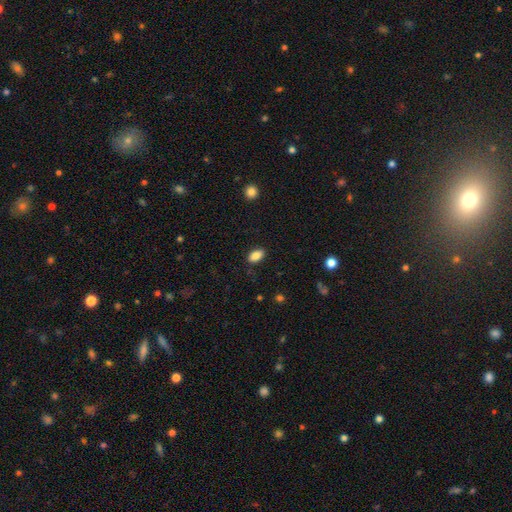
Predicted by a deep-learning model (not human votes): A smooth galaxy with no disk features (87%) that is in between round and cigar-shaped (91%).

Vote fractions:
- Smooth or featured? smooth: 87% / star or artifact: 8% / featured or disk: 5%
- How rounded? in between: 91% / round: 6% / cigar-shaped: 3%
- Merging? none: 87% / minor disturbance: 9% / major disturbance: 2% / merger: 1%